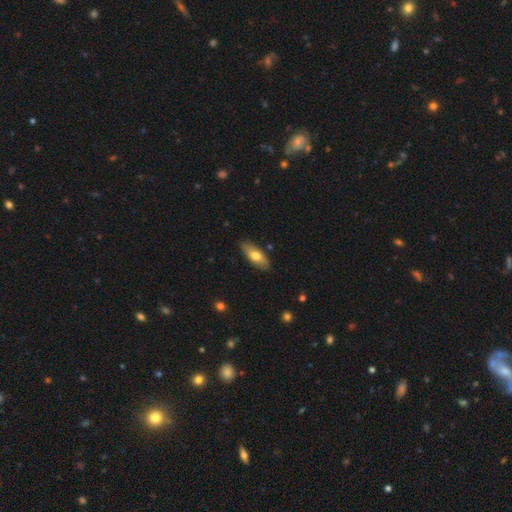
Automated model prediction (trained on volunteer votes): This appears to be a smooth galaxy with no disk features (67%) that is in between round and cigar-shaped (74%). Merging: none (86%).